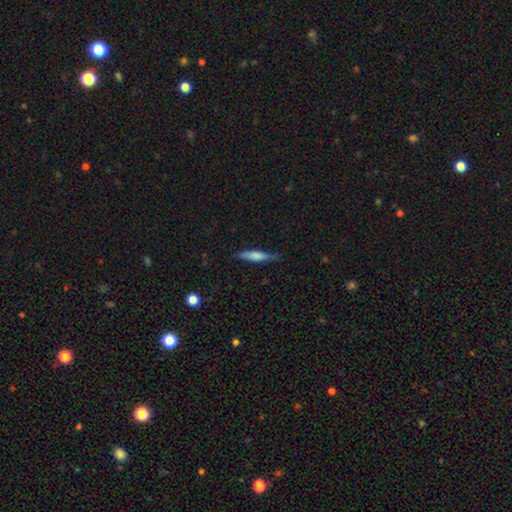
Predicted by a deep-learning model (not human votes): smooth_or_featured: smooth (p=0.65) [alt: featured or disk p=0.29]
how_rounded: cigar-shaped (p=0.83) [alt: in between p=0.16]
merging: none (p=0.77) [alt: minor disturbance p=0.18]